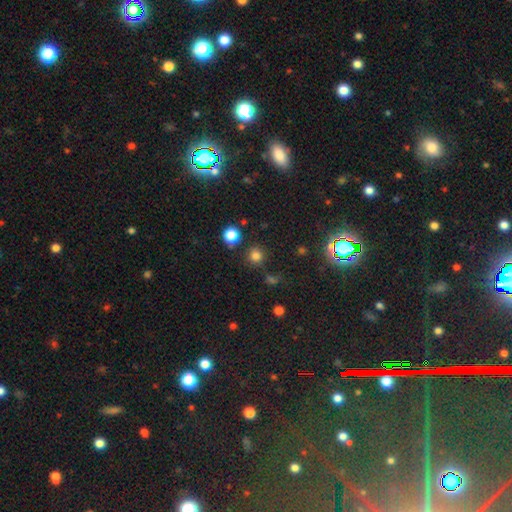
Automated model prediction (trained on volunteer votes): Smooth or featured: smooth — 76% (star or artifact — 19%)
How rounded: round — 92% (in between — 7%)
Merging: none — 83% (minor disturbance — 9%)